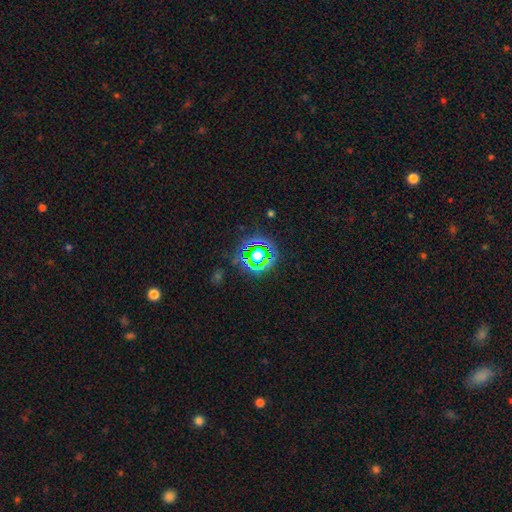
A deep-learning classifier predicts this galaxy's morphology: A star or artifact, not a galaxy (75%).